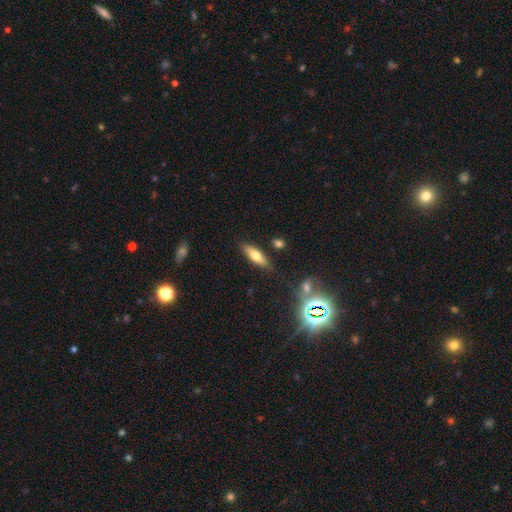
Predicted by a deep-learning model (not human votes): This appears to be a smooth galaxy with no disk features (64%) that is in between round and cigar-shaped (53%). Merging: none (82%).